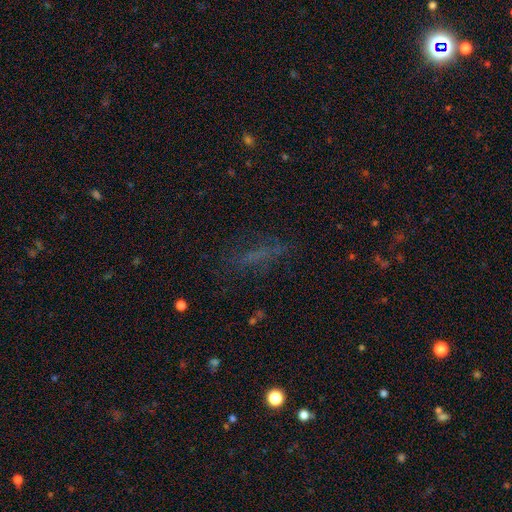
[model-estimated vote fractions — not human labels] Morphology: type=smooth (50%); merging=none (70%).